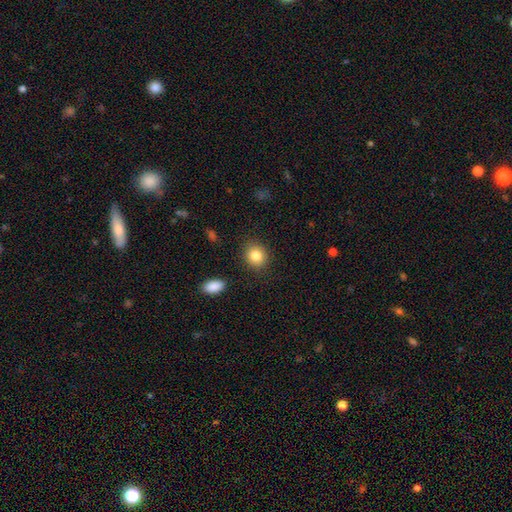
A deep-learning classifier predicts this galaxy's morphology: A smooth galaxy with no disk features (84%) that is round (69%). Merging: none (87%).